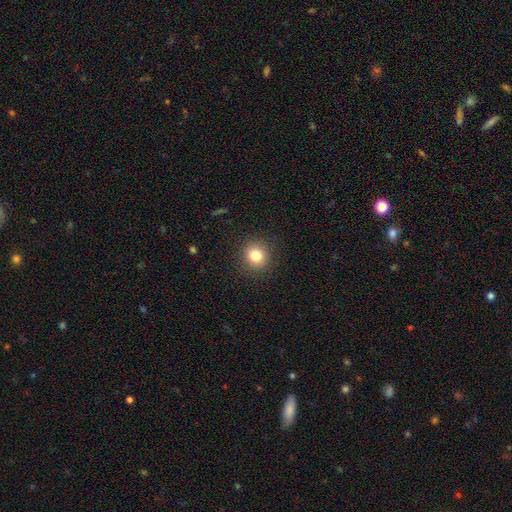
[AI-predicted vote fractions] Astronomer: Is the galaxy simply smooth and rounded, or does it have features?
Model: smooth — 82%.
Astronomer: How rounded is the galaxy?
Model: round — 88%.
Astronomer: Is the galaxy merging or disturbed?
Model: none — 90%.